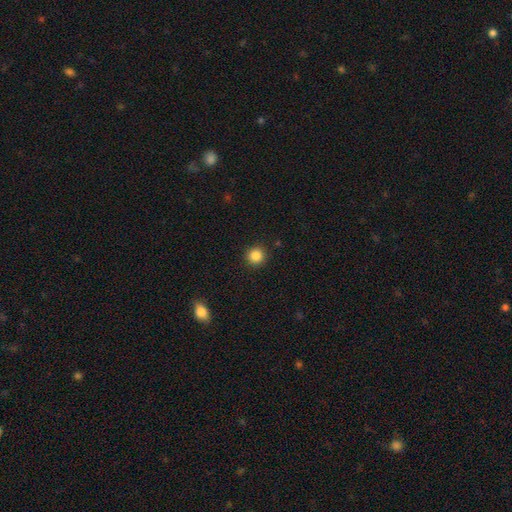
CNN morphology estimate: smooth_or_featured: smooth (p=0.85) [alt: star or artifact p=0.11]
how_rounded: round (p=0.94) [alt: in between p=0.05]
merging: none (p=0.92) [alt: minor disturbance p=0.05]